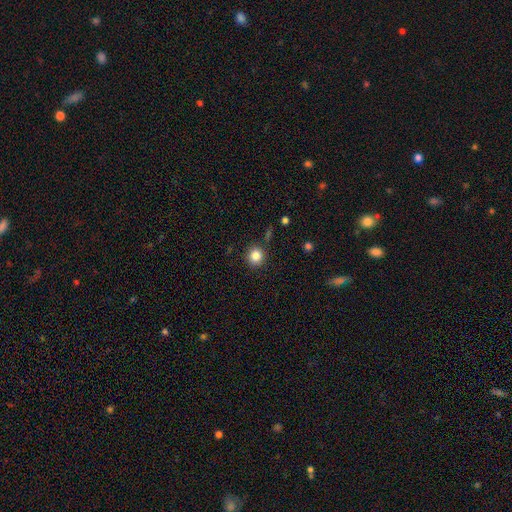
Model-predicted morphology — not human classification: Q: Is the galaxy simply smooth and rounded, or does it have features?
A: smooth — 84%.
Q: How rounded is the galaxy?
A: round — 90%.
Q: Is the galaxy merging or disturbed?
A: none — 87%.